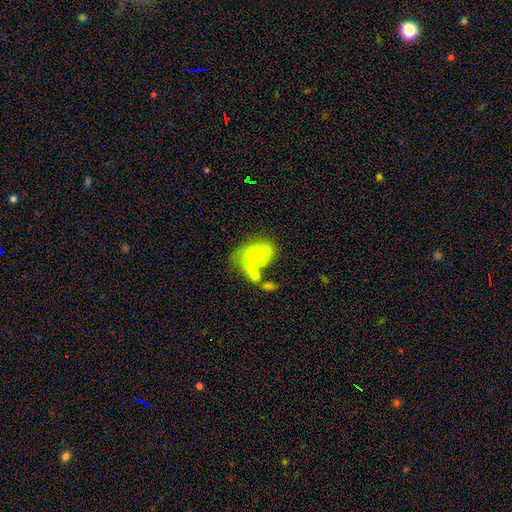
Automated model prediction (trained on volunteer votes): The model was most divided on "smooth or featured": smooth: 51%, featured or disk: 40%, star or artifact: 9%. More confident: how rounded — in between (85%); merging — merger (52%).